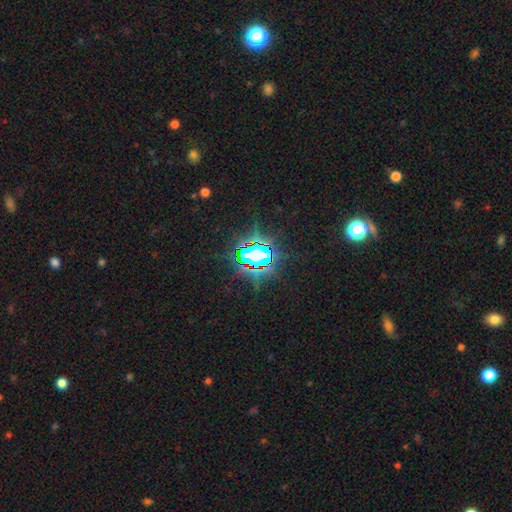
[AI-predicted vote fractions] Overall: star or artifact (73%).